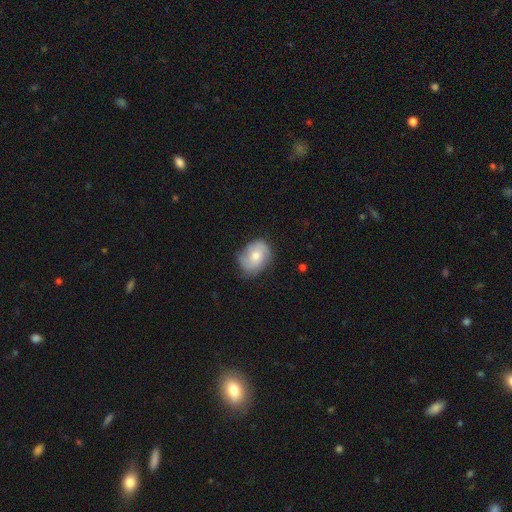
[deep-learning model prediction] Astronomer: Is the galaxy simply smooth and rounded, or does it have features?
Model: smooth — 49% (runner-up: featured or disk, 44%).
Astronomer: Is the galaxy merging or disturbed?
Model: none — 66%.